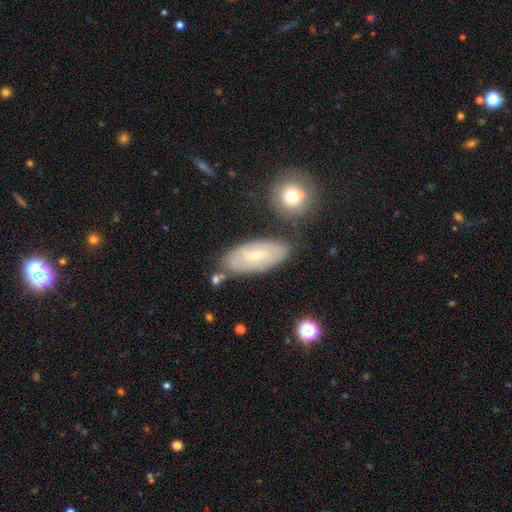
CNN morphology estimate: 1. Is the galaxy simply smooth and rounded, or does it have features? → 50% featured or disk, 42% smooth, 7% star or artifact.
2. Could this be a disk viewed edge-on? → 87% no, 13% yes.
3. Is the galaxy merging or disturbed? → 71% none, 18% minor disturbance, 7% merger, 4% major disturbance.